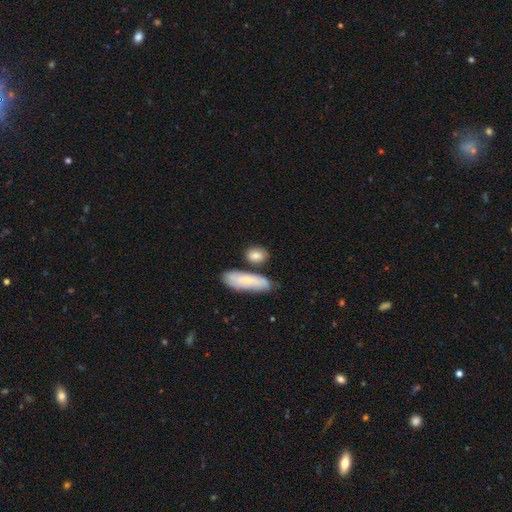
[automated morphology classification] Smooth or featured? smooth (78%)
How rounded? in between (55%)
Merging? none (68%)